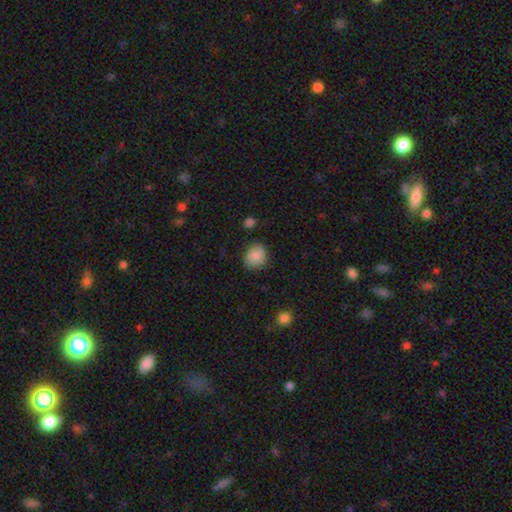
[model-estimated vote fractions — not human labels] Smooth or featured? Predicted: smooth (p=0.86). How rounded? Predicted: round (p=0.70). Merging? Predicted: none (p=0.81).